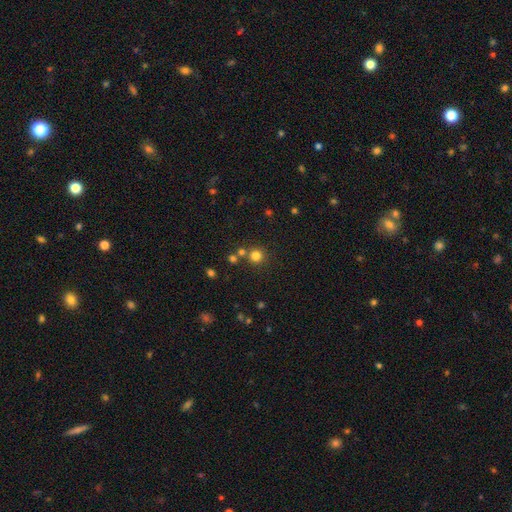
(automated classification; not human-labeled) Smooth or featured? smooth (78%)
How rounded? round (93%)
Merging? none (75%)